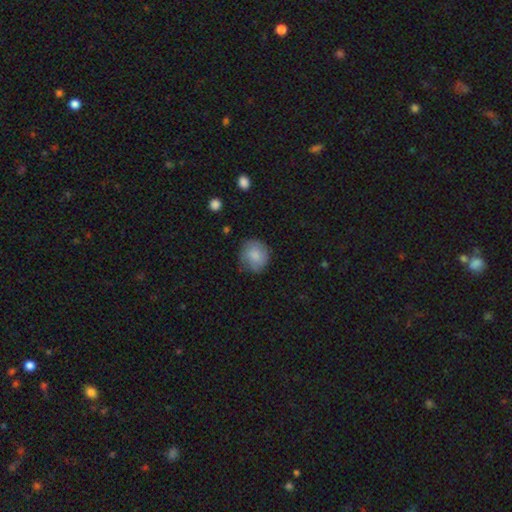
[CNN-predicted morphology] This is clearly a smooth galaxy (82%). How rounded: clearly round (82%). Merging: likely none (70%).